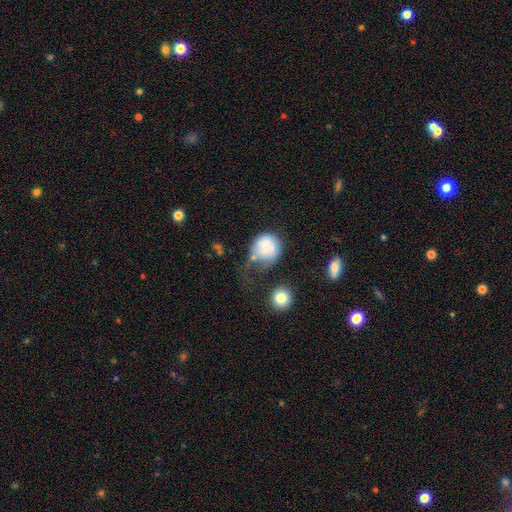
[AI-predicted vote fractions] Smooth or featured? smooth (71%)
How rounded? round (82%)
Merging? none (33%)